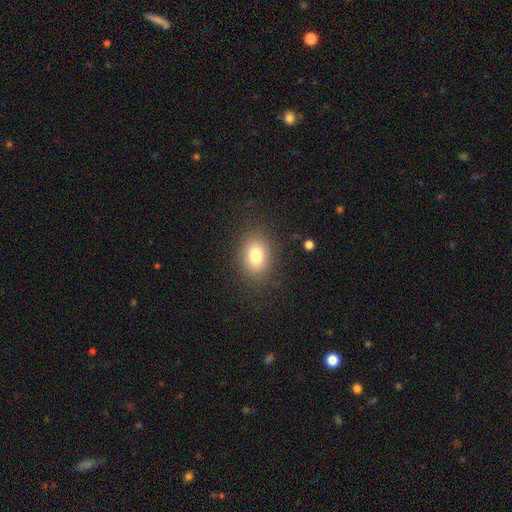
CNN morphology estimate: smooth_or_featured: smooth (p=0.79) [alt: star or artifact p=0.11]
how_rounded: in between (p=0.65) [alt: round p=0.34]
merging: none (p=0.85) [alt: minor disturbance p=0.10]